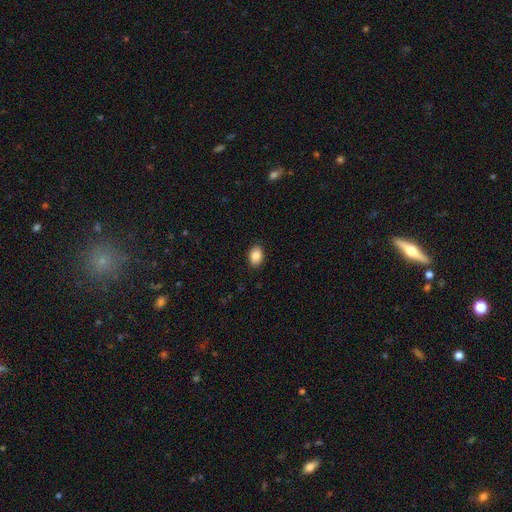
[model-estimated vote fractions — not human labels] A smooth galaxy with no disk features (87%) that is in between round and cigar-shaped (81%).

Vote fractions:
- Smooth or featured? smooth: 87% / star or artifact: 8% / featured or disk: 5%
- How rounded? in between: 81% / round: 18% / cigar-shaped: 1%
- Merging? none: 89% / minor disturbance: 8% / major disturbance: 2% / merger: 1%